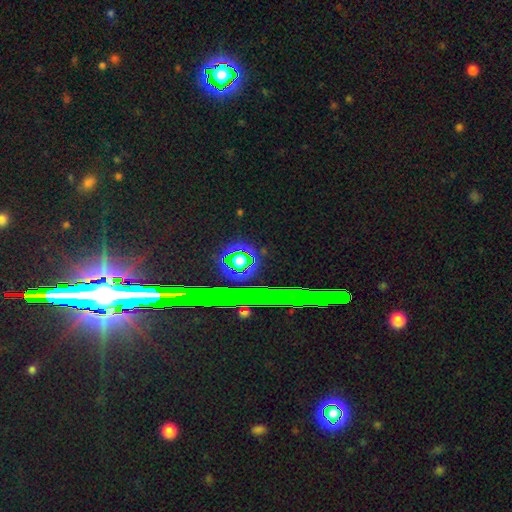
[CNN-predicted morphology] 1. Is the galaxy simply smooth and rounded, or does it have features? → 77% star or artifact, 13% featured or disk, 10% smooth.